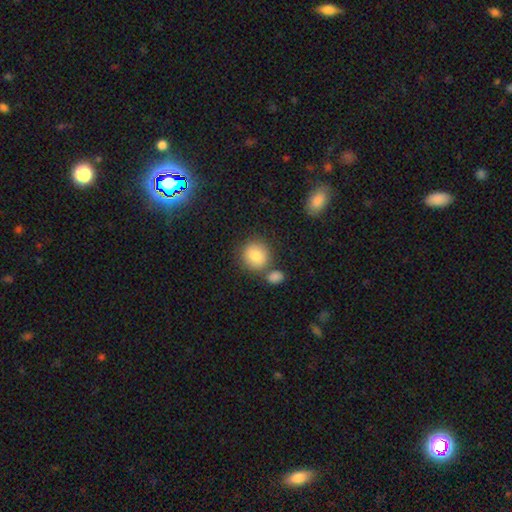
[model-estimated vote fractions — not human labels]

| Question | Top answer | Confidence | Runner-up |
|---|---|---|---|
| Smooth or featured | smooth | 83% | star or artifact (9%) |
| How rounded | round | 88% | in between (11%) |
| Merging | none | 68% | merger (19%) |